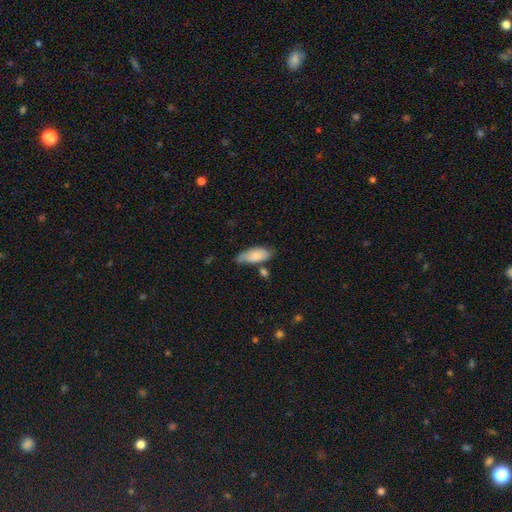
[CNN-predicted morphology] A smooth galaxy with no disk features (78%) that is in between round and cigar-shaped (84%).

Vote fractions:
- Smooth or featured? smooth: 78% / featured or disk: 16% / star or artifact: 6%
- How rounded? in between: 84% / cigar-shaped: 14% / round: 2%
- Merging? none: 55% / minor disturbance: 29% / merger: 9% / major disturbance: 6%